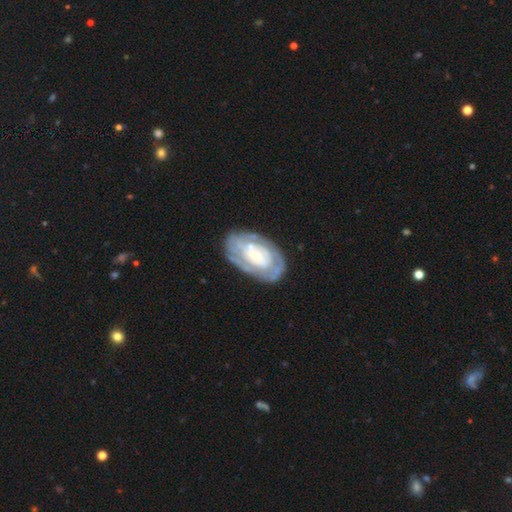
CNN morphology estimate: This is likely a featured or disk galaxy (73%). It is clearly not viewed edge-on (96%). Bar: likely no (70%). Spiral arm pattern: likely yes (77%). Spiral arm count: possibly can't tell (54%). Spiral winding: likely tight (72%). Central bulge: possibly small (57%). Merging: likely none (72%).